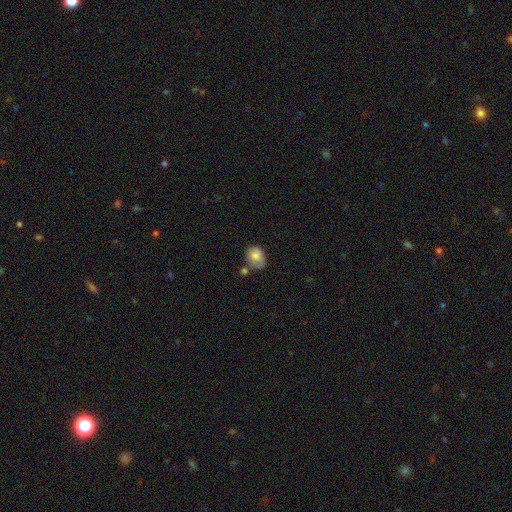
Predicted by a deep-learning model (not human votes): This is likely a smooth galaxy (78%). How rounded: possibly in between (54%). Merging: possibly none (49%).